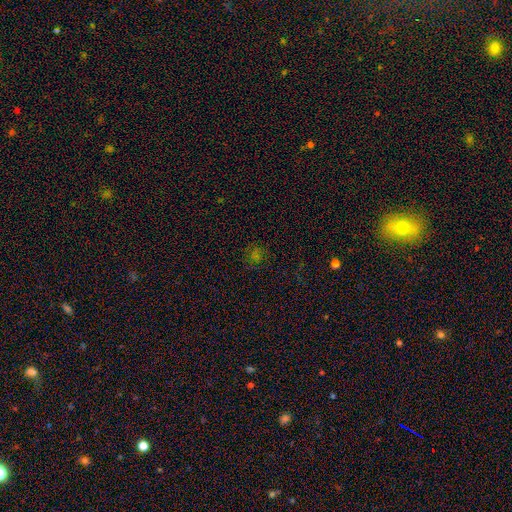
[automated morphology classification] Smooth or featured? smooth (48%)
Merging? none (80%)